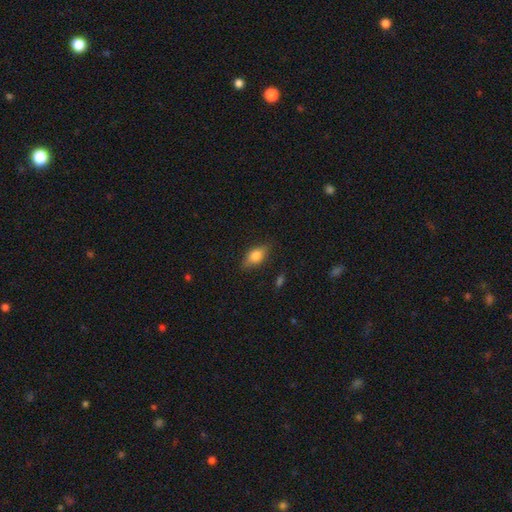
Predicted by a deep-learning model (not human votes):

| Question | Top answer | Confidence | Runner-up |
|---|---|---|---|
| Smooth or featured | smooth | 74% | featured or disk (18%) |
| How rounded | in between | 84% | cigar-shaped (8%) |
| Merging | none | 81% | minor disturbance (15%) |